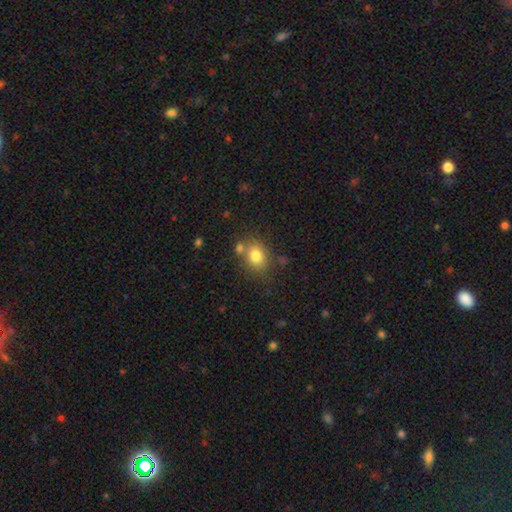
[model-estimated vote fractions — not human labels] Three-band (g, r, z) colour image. It shows a smooth galaxy with no disk features (79%) that is round (52%). Merging: none (66%).